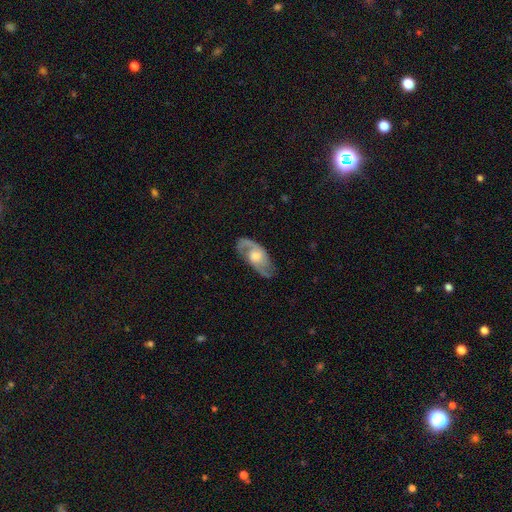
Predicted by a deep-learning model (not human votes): Q: Smooth or featured?
A: featured or disk (81%); runner-up: smooth (14%)
Q: Edge-on disk?
A: no (93%); runner-up: yes (7%)
Q: Bar?
A: no (60%); runner-up: weak (34%)
Q: Spiral arms?
A: yes (94%); runner-up: no (6%)
Q: Spiral winding?
A: medium (51%); runner-up: loose (27%)
Q: Spiral arm count?
A: 2 (87%); runner-up: can't tell (6%)
Q: Bulge size?
A: moderate (57%); runner-up: small (19%)
Q: Merging?
A: none (77%); runner-up: minor disturbance (16%)